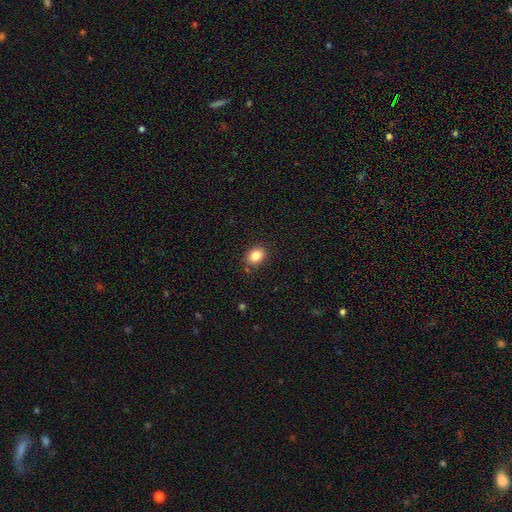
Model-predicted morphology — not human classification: Overall: smooth (84%). How rounded: in between (60%; round 39%). Merging: none (86%).